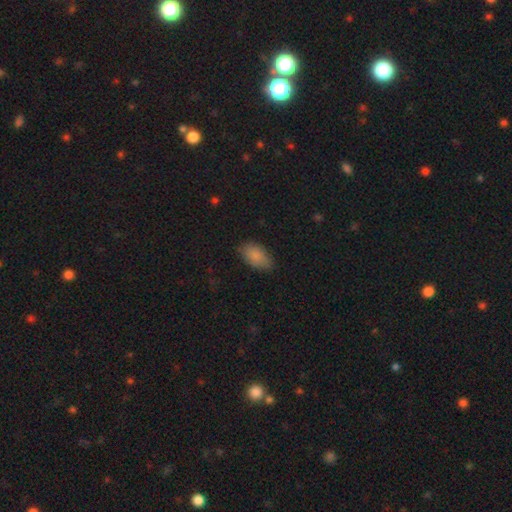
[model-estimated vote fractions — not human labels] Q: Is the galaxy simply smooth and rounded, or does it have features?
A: smooth — 86%.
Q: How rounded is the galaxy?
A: in between — 93%.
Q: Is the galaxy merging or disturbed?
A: none — 75%.